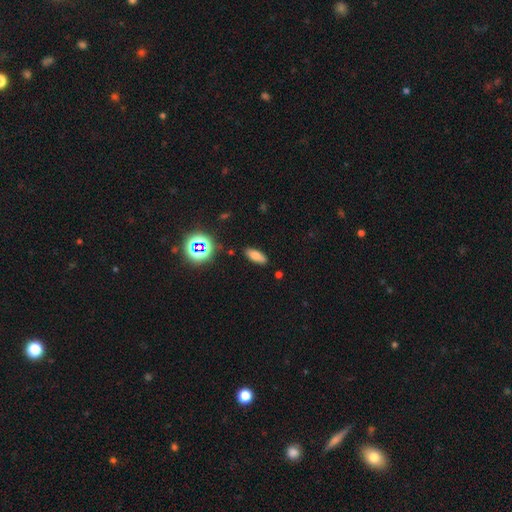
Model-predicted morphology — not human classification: The model was most divided on "how rounded": in between: 74%, cigar-shaped: 21%, round: 5%. More confident: merging — none (86%); smooth or featured — smooth (71%).